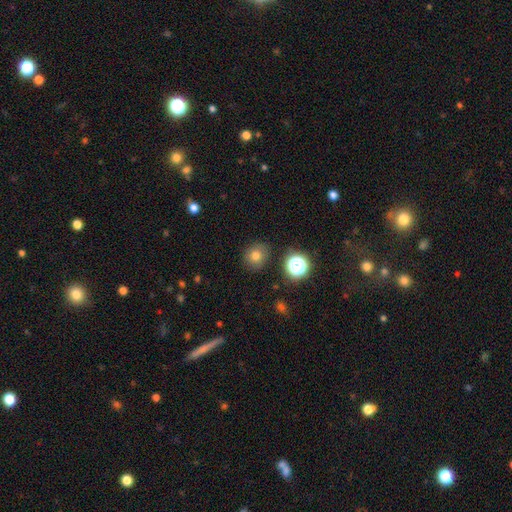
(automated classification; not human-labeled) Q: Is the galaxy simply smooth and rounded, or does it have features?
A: smooth — 76%.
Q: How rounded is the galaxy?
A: round — 84%.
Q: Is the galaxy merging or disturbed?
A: none — 86%.